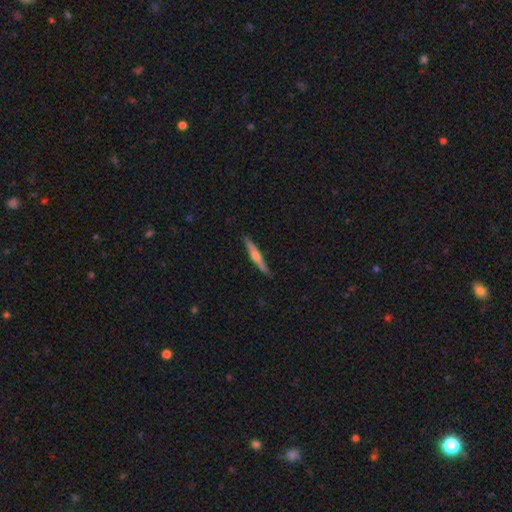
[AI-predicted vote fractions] The model was most divided on "smooth or featured": featured or disk: 60%, smooth: 34%, star or artifact: 6%. More confident: edge-on disk — yes (97%); merging — none (88%); edge-on bulge — rounded (85%).